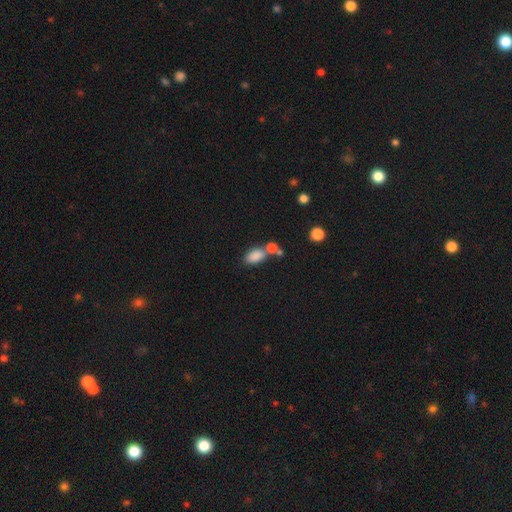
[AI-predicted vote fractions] This is clearly a smooth galaxy (83%). How rounded: clearly in between (88%). Merging: possibly none (45%).